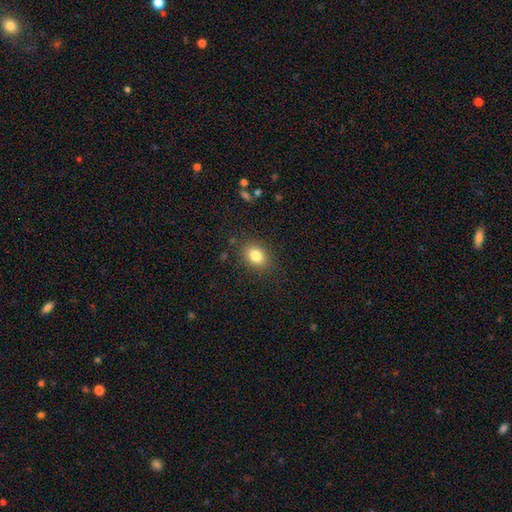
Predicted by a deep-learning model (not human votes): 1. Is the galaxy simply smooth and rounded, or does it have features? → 83% smooth, 9% star or artifact, 7% featured or disk.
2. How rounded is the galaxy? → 72% in between, 27% round, 1% cigar-shaped.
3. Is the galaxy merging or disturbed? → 85% none, 10% minor disturbance, 3% major disturbance, 1% merger.